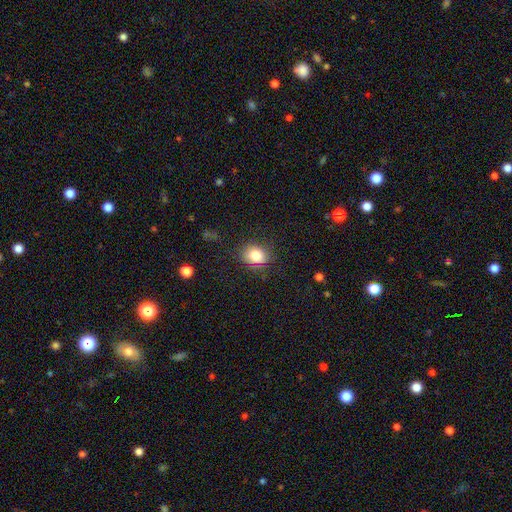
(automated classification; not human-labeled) Smooth or featured?
  - smooth: 81% *
  - star or artifact: 11%
  - featured or disk: 8%
How rounded?
  - round: 60% *
  - in between: 39%
  - cigar-shaped: 1%
Merging?
  - none: 82% *
  - minor disturbance: 13%
  - major disturbance: 4%
  - merger: 1%